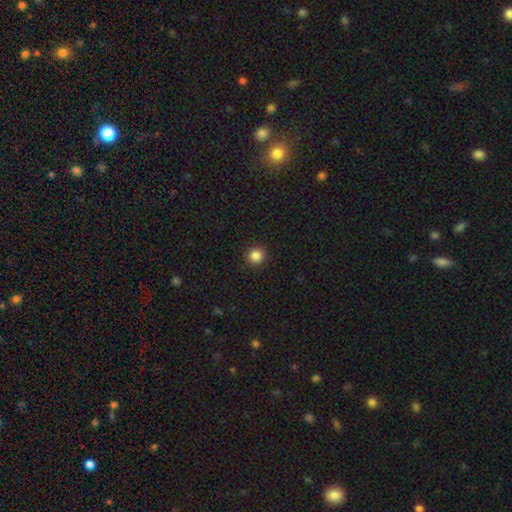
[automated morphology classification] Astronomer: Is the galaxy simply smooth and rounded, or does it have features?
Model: smooth — 85%.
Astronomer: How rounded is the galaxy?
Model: round — 95%.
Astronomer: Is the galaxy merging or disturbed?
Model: none — 93%.